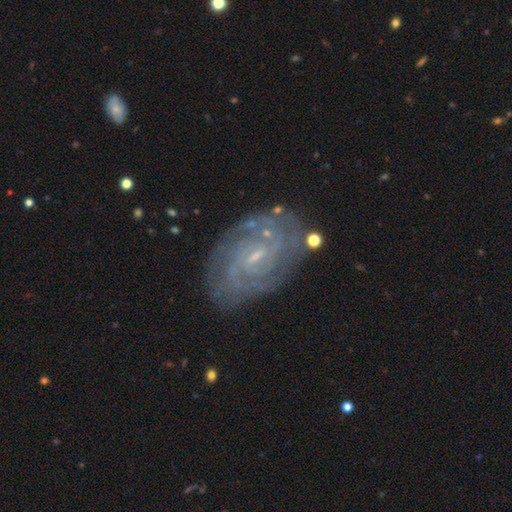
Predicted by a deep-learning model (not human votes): This appears to be a featured or disk galaxy (84%) with no bar (47%), tight (67%) spiral arms (95%) and a small central bulge (82%). Merging: none (79%).